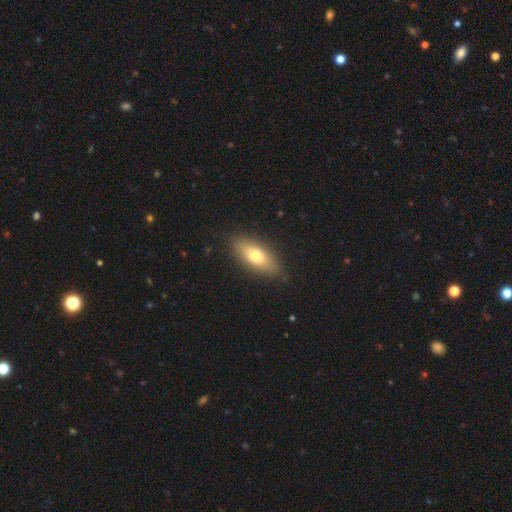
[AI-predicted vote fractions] Morphology: type=smooth (72%); roundness=in between (77%); merging=none (87%).